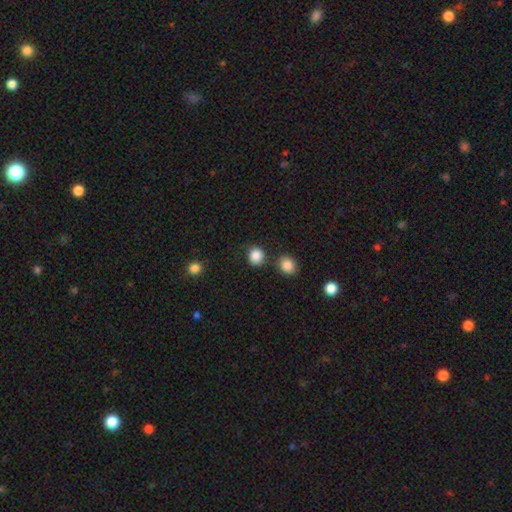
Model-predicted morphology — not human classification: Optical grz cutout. It shows a smooth galaxy with no disk features (86%) that is round (82%). Merging: none (73%).